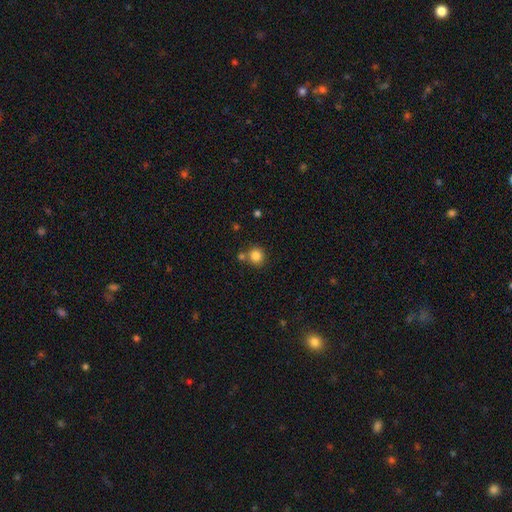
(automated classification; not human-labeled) The model was most divided on "merging": none: 71%, merger: 17%, minor disturbance: 9%, major disturbance: 3%. More confident: how rounded — round (91%); smooth or featured — smooth (84%).